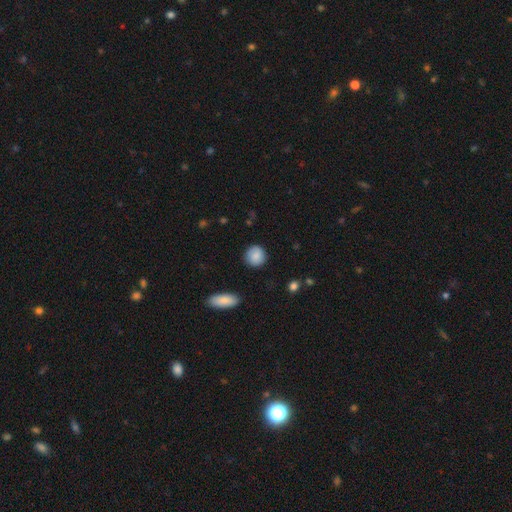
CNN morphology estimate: smooth 86%, star or artifact 7%, featured or disk 7%. Down the decision tree: how rounded — round (88%); merging — none (87%).